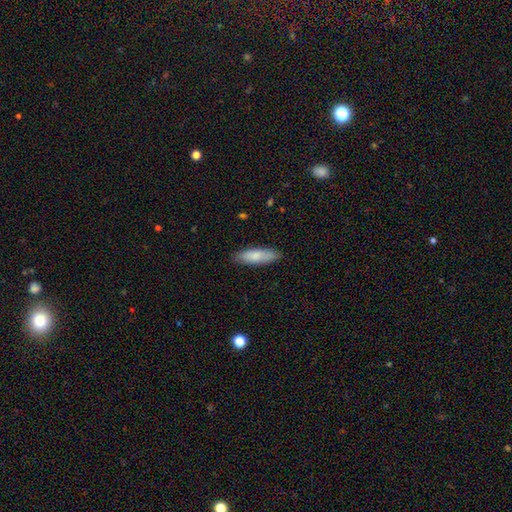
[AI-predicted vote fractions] A smooth galaxy with no disk features (81%) that is cigar-shaped (54%).

Vote fractions:
- Smooth or featured? smooth: 81% / featured or disk: 14% / star or artifact: 5%
- How rounded? cigar-shaped: 54% / in between: 44% / round: 2%
- Merging? none: 87% / minor disturbance: 10% / major disturbance: 2% / merger: 1%